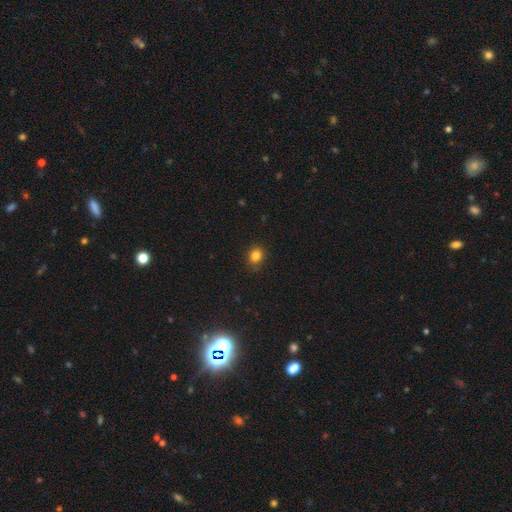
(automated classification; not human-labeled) Q: Smooth or featured?
A: smooth (82%); runner-up: star or artifact (13%)
Q: How rounded?
A: round (72%); runner-up: in between (27%)
Q: Merging?
A: none (85%); runner-up: minor disturbance (11%)